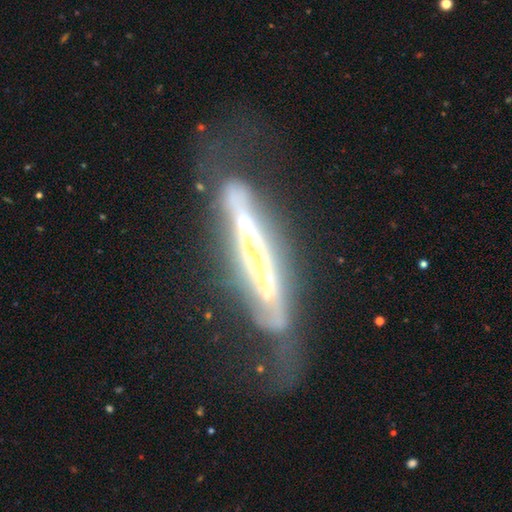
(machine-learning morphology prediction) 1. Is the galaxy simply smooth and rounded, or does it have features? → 79% featured or disk, 14% smooth, 7% star or artifact.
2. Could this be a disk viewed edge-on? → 63% yes, 37% no.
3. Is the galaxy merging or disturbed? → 43% none, 27% major disturbance, 23% minor disturbance, 6% merger.